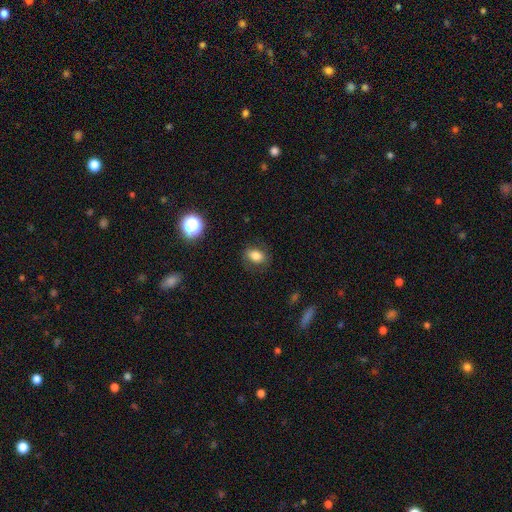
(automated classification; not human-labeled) Q: Smooth or featured?
A: smooth (78%); runner-up: star or artifact (11%)
Q: How rounded?
A: in between (71%); runner-up: round (27%)
Q: Merging?
A: none (79%); runner-up: minor disturbance (14%)